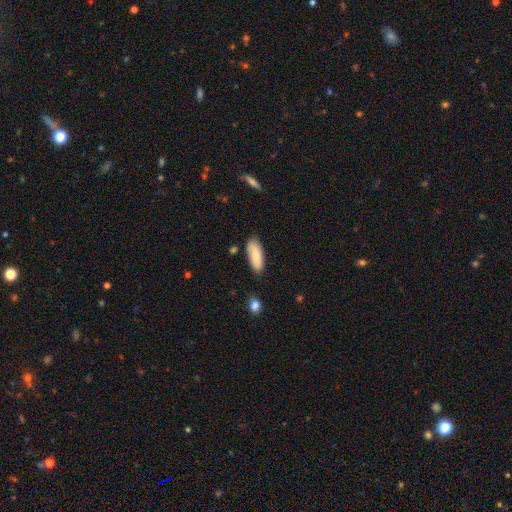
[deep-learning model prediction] Overall: smooth (81%). How rounded: in between (74%). Merging: none (77%).